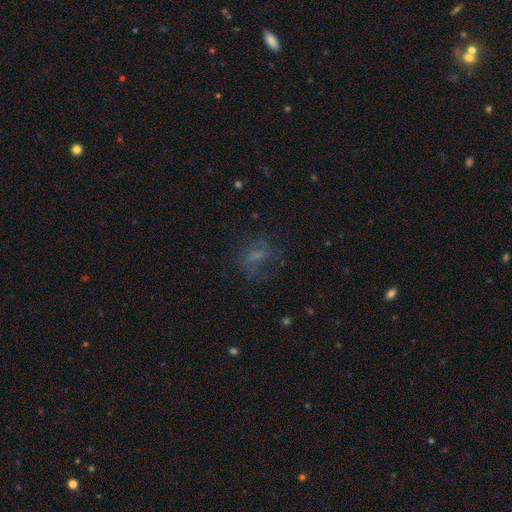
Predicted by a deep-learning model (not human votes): Smooth or featured?
  - featured or disk: 40% *
  - smooth: 39%
  - star or artifact: 21%
Merging?
  - none: 57% *
  - major disturbance: 22%
  - minor disturbance: 19%
  - merger: 2%